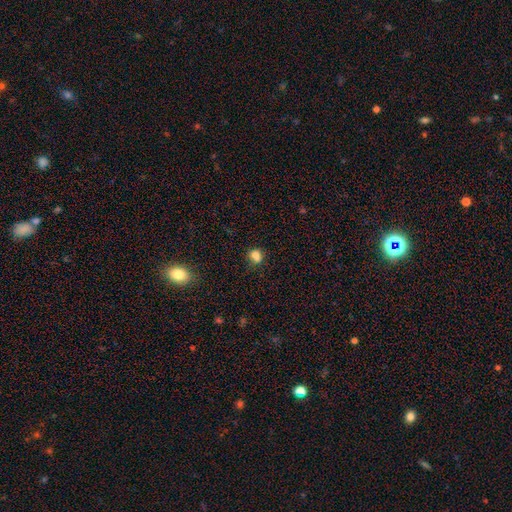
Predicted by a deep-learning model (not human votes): Smooth or featured? smooth (78%)
How rounded? round (66%)
Merging? none (58%)